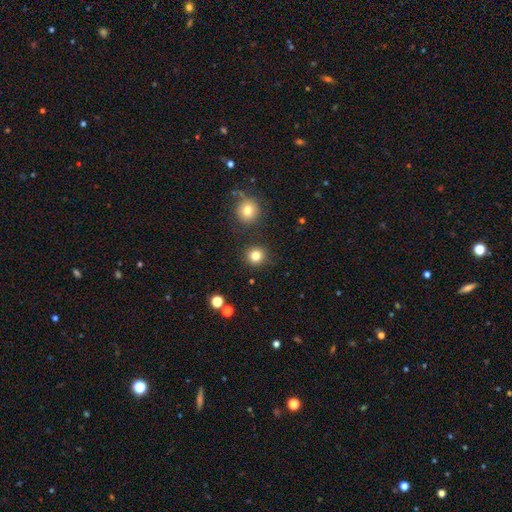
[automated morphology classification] Q: Smooth or featured?
A: smooth (82%); runner-up: star or artifact (13%)
Q: How rounded?
A: round (93%); runner-up: in between (6%)
Q: Merging?
A: none (88%); runner-up: minor disturbance (6%)